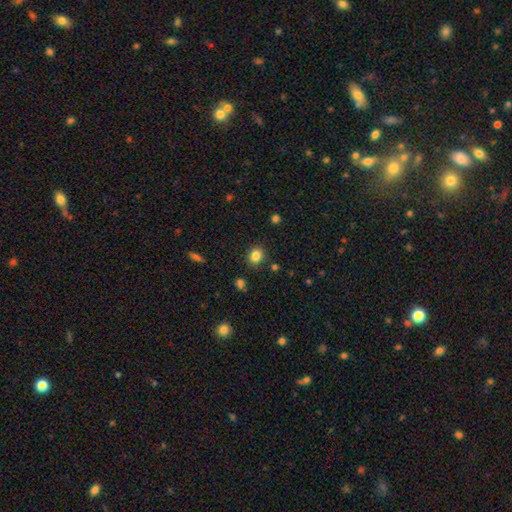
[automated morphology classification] smooth-or-featured: smooth: 83% | star or artifact: 11% | featured or disk: 6%
  how-rounded: round: 62% | in between: 37% | cigar-shaped: 1%
  merging: none: 86% | minor disturbance: 9% | merger: 3% | major disturbance: 3%